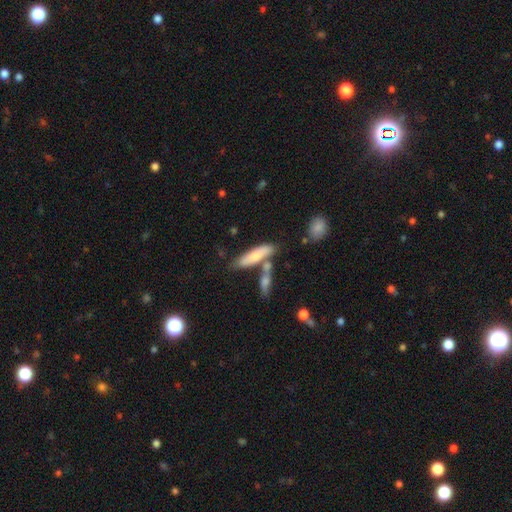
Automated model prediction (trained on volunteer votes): smooth_or_featured: smooth (p=0.69) [alt: featured or disk p=0.25]
how_rounded: cigar-shaped (p=0.61) [alt: in between p=0.37]
merging: none (p=0.53) [alt: merger p=0.28]